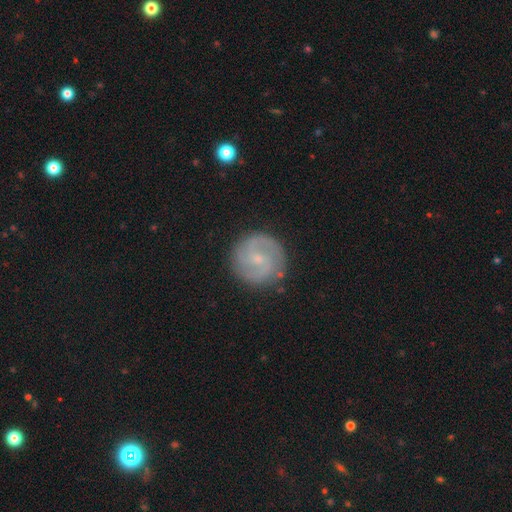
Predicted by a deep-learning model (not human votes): A featured or disk galaxy (79%) with a weak bar (52%), 2 (86%) medium (47%) spiral arms (95%) and a small central bulge (69%).

Vote fractions:
- Smooth or featured? featured or disk: 79% / smooth: 15% / star or artifact: 6%
- Edge-on disk? no: 98% / yes: 2%
- Bar? weak: 52% / no: 37% / strong: 11%
- Spiral arms? yes: 95% / no: 5%
- Spiral winding? medium: 47% / tight: 39% / loose: 14%
- Spiral arm count? 2: 86% / can't tell: 6% / 3: 3% / 1: 2% / 4: 1% / more than 4: 1%
- Bulge size? small: 69% / moderate: 24% / none: 5% / large: 1% / dominant: 1%
- Merging? none: 86% / minor disturbance: 9% / major disturbance: 3% / merger: 1%